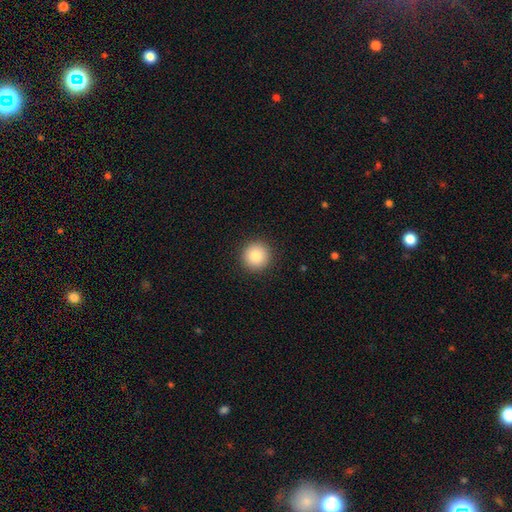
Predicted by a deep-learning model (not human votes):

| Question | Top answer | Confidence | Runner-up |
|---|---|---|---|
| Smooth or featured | smooth | 85% | star or artifact (9%) |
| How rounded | round | 96% | in between (3%) |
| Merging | none | 93% | minor disturbance (5%) |